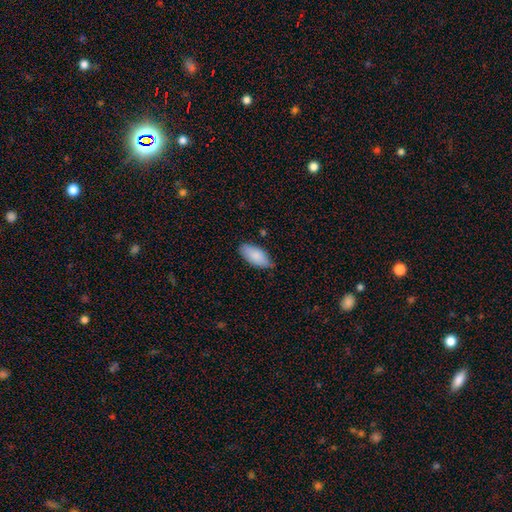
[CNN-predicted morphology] The model was most divided on "merging": none: 73%, minor disturbance: 22%, major disturbance: 3%, merger: 2%. More confident: how rounded — in between (93%); smooth or featured — smooth (87%).